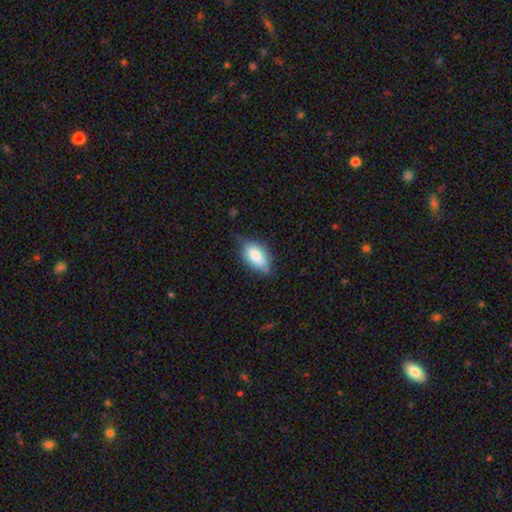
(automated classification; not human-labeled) The model was most divided on "merging": none: 58%, minor disturbance: 32%, major disturbance: 8%, merger: 2%. More confident: how rounded — in between (88%); smooth or featured — smooth (74%).